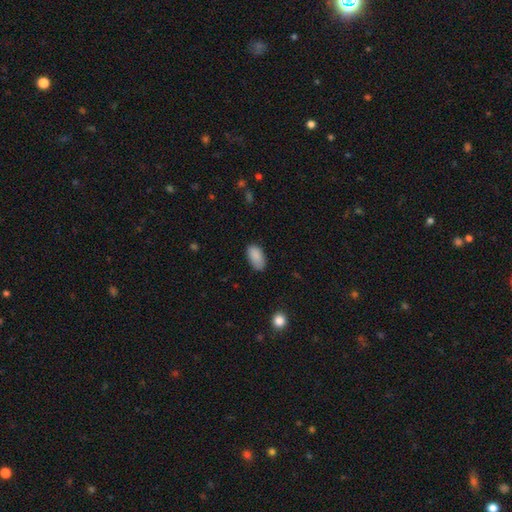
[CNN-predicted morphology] smooth-or-featured: smooth: 88% | star or artifact: 7% | featured or disk: 4%
  how-rounded: in between: 94% | round: 4% | cigar-shaped: 2%
  merging: none: 75% | minor disturbance: 20% | major disturbance: 4% | merger: 1%